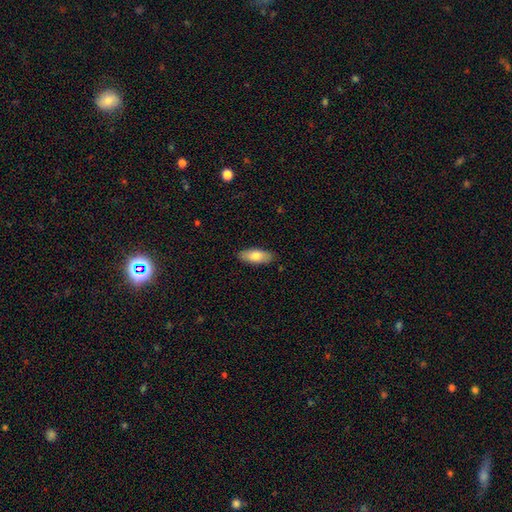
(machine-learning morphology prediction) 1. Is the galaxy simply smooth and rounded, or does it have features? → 76% smooth, 18% featured or disk, 6% star or artifact.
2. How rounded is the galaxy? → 79% in between, 19% cigar-shaped, 2% round.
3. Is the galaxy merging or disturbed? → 88% none, 9% minor disturbance, 2% major disturbance, 1% merger.